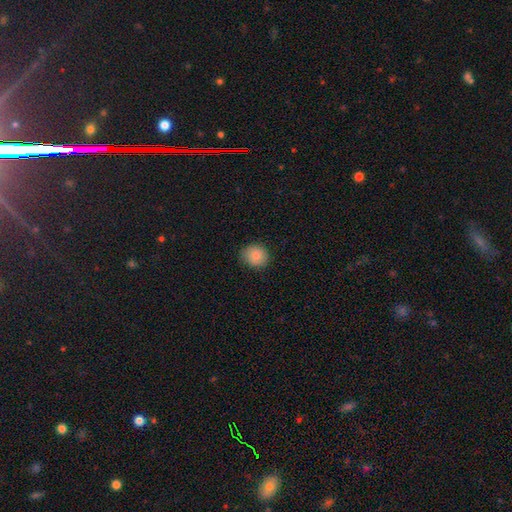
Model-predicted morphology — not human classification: smooth 86%, star or artifact 9%, featured or disk 5%. Down the decision tree: how rounded — round (80%); merging — none (80%).